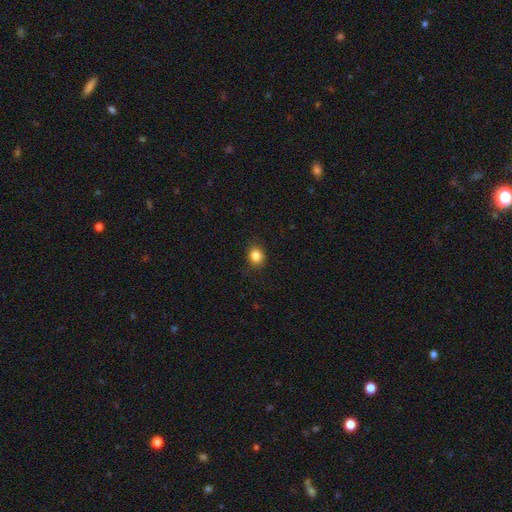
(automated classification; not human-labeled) A smooth galaxy with no disk features (85%) that is round (68%).

Vote fractions:
- Smooth or featured? smooth: 85% / star or artifact: 11% / featured or disk: 5%
- How rounded? round: 68% / in between: 31% / cigar-shaped: 1%
- Merging? none: 84% / minor disturbance: 12% / major disturbance: 3% / merger: 1%